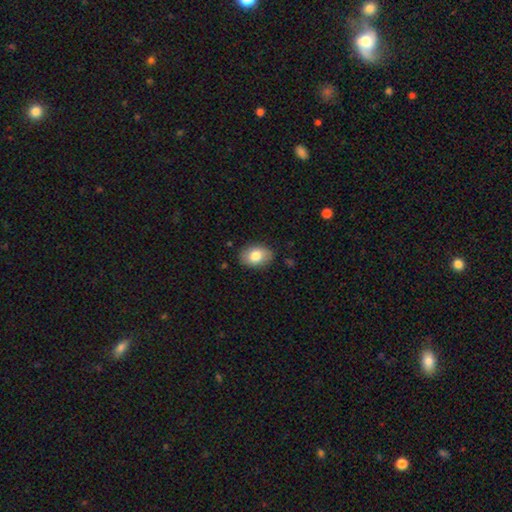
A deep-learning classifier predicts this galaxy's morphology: smooth-or-featured: smooth: 80% | featured or disk: 13% | star or artifact: 7%
  how-rounded: in between: 81% | round: 18% | cigar-shaped: 1%
  merging: none: 84% | minor disturbance: 12% | major disturbance: 3% | merger: 1%